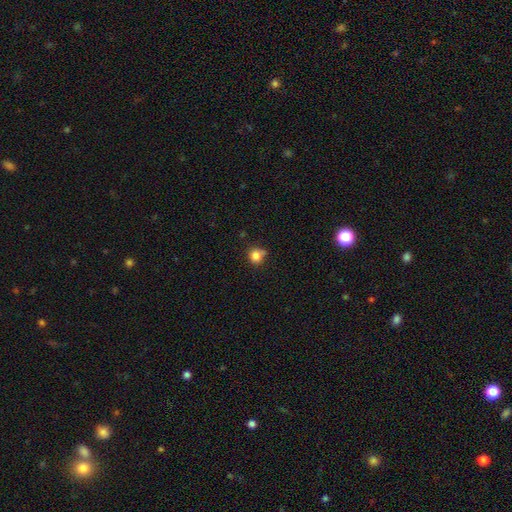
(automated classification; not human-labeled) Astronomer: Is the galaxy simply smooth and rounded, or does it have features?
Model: smooth — 82%.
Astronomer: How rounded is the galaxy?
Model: round — 87%.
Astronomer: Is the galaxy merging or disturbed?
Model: none — 64%.